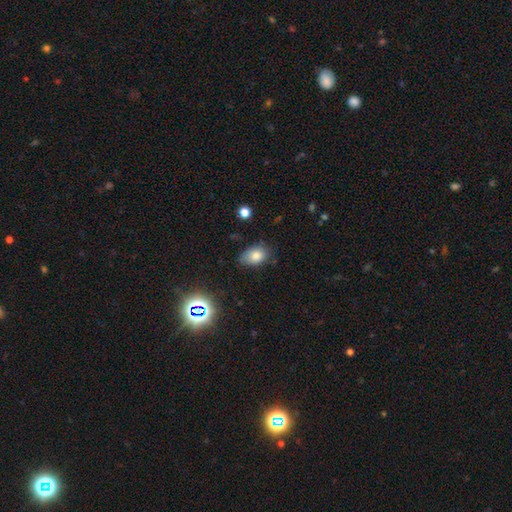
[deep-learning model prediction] Smooth or featured? Predicted: smooth (p=0.80). How rounded? Predicted: in between (p=0.84). Merging? Predicted: none (p=0.65).